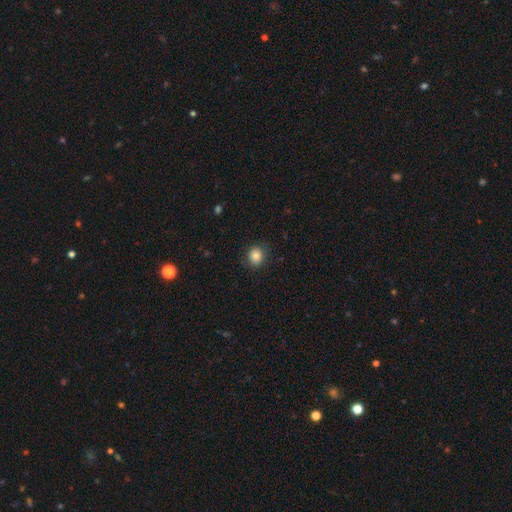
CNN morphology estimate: The model was most divided on "how rounded": round: 72%, in between: 27%, cigar-shaped: 1%. More confident: smooth or featured — smooth (86%); merging — none (85%).